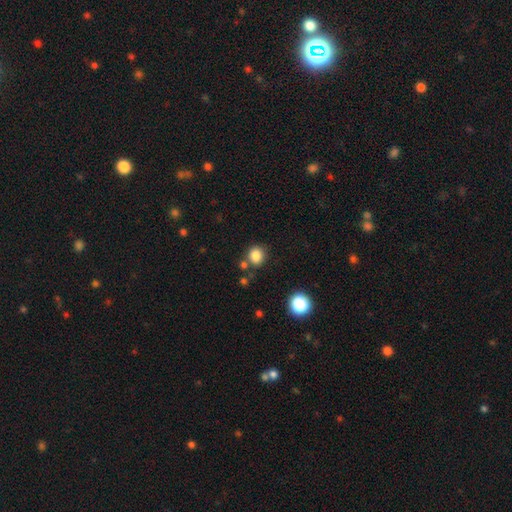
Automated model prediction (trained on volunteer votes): Overall: smooth (84%). How rounded: round (76%). Merging: none (78%).